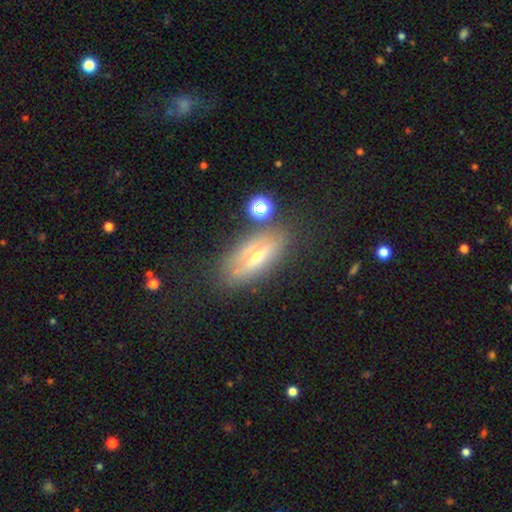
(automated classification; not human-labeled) Smooth or featured: featured or disk — 57% (smooth — 33%)
Edge-on disk: yes — 74% (no — 26%)
Merging: none — 73% (minor disturbance — 17%)